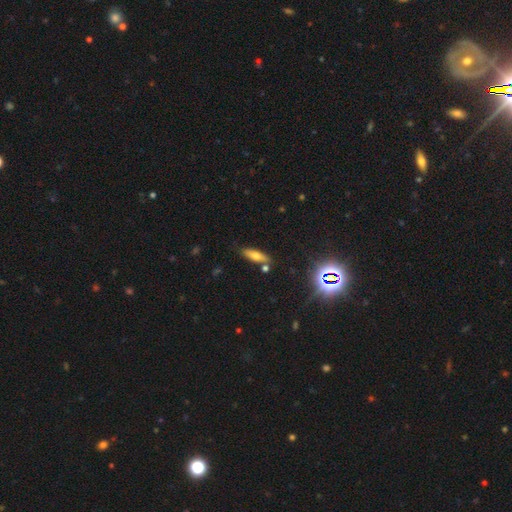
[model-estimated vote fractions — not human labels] Smooth or featured?
  - smooth: 63% *
  - featured or disk: 24%
  - star or artifact: 14%
How rounded?
  - in between: 53% *
  - cigar-shaped: 44%
  - round: 3%
Merging?
  - none: 76% *
  - minor disturbance: 13%
  - merger: 8%
  - major disturbance: 3%